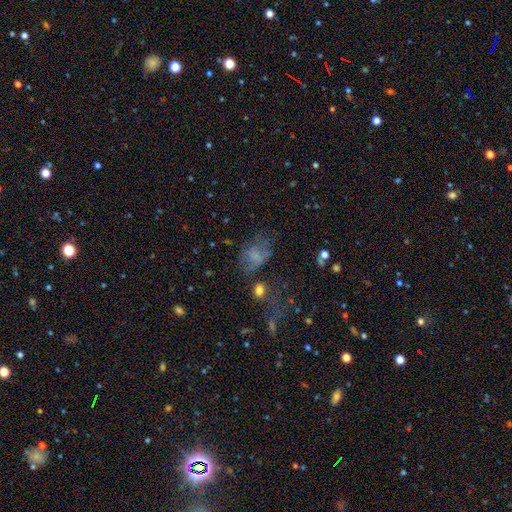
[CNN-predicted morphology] smooth 56%, featured or disk 26%, star or artifact 18%. Down the decision tree: how rounded — in between (77%); merging — none (39%).